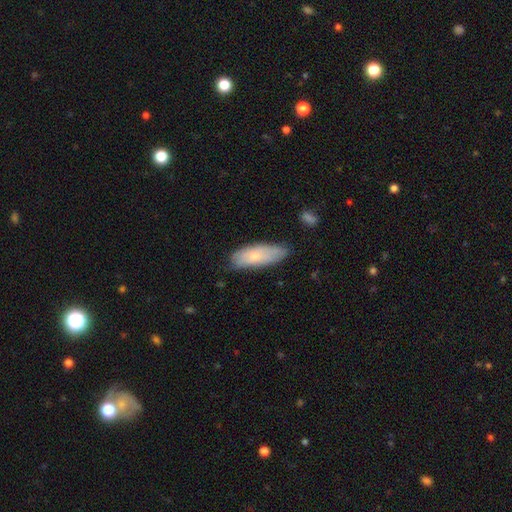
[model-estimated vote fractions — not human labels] Smooth or featured? Predicted: smooth (p=0.69). How rounded? Predicted: in between (p=0.72). Merging? Predicted: none (p=0.67).